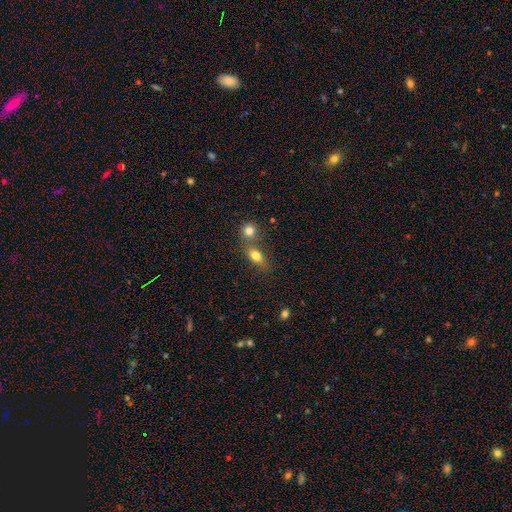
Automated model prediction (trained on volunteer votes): Q: Smooth or featured?
A: smooth (78%); runner-up: featured or disk (12%)
Q: How rounded?
A: in between (70%); runner-up: round (21%)
Q: Merging?
A: none (47%); runner-up: merger (39%)